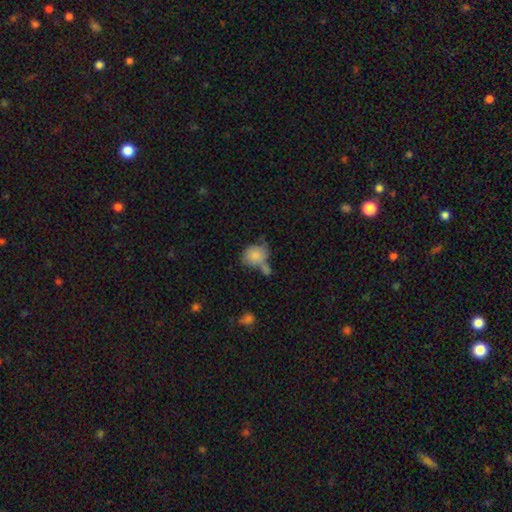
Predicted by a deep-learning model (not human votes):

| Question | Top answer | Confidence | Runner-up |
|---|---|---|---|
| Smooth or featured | smooth | 79% | featured or disk (13%) |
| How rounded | round | 58% | in between (41%) |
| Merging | none | 39% | merger (33%) |